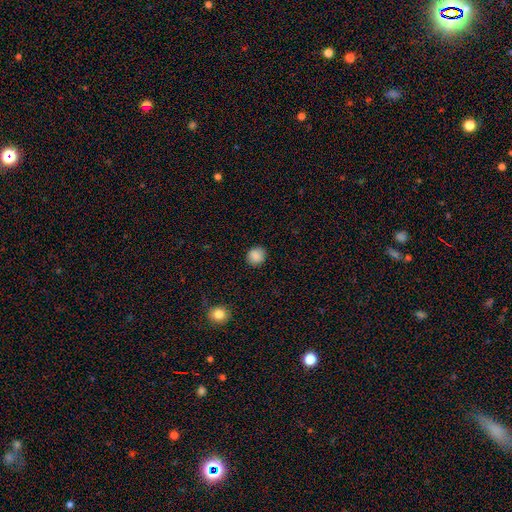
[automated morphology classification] A smooth galaxy with no disk features (87%) that is round (87%).

Vote fractions:
- Smooth or featured? smooth: 87% / star or artifact: 9% / featured or disk: 3%
- How rounded? round: 87% / in between: 12% / cigar-shaped: 1%
- Merging? none: 89% / minor disturbance: 8% / major disturbance: 2% / merger: 1%